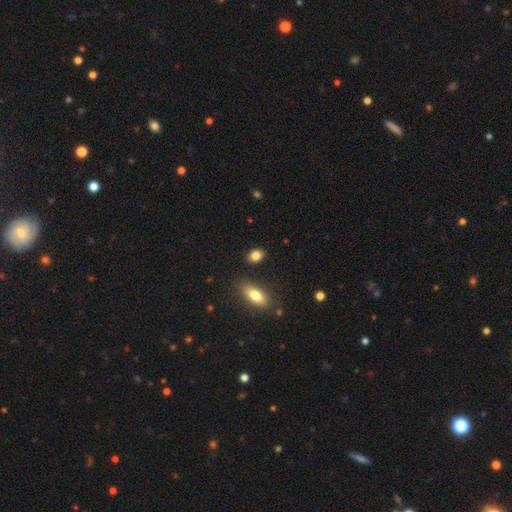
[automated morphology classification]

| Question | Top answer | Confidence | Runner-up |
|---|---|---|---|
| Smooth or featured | smooth | 85% | star or artifact (9%) |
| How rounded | in between | 68% | round (29%) |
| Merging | none | 85% | minor disturbance (10%) |